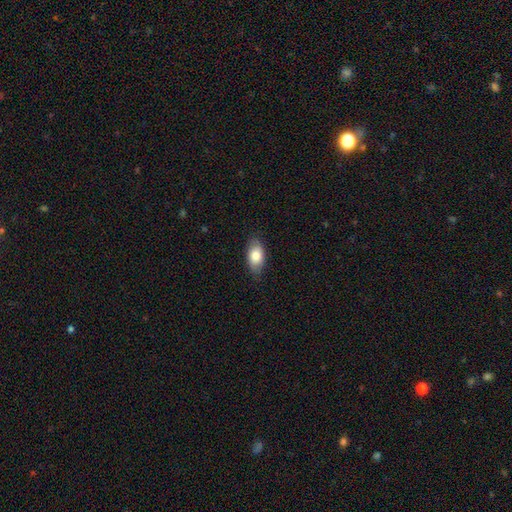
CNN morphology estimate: This appears to be a smooth galaxy with no disk features (80%) that is in between round and cigar-shaped (92%). Merging: none (82%).